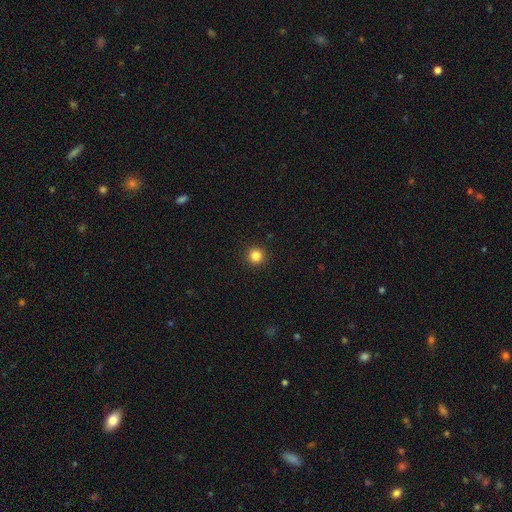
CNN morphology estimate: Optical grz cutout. It shows a smooth galaxy with no disk features (84%) that is round (95%). Merging: none (93%).